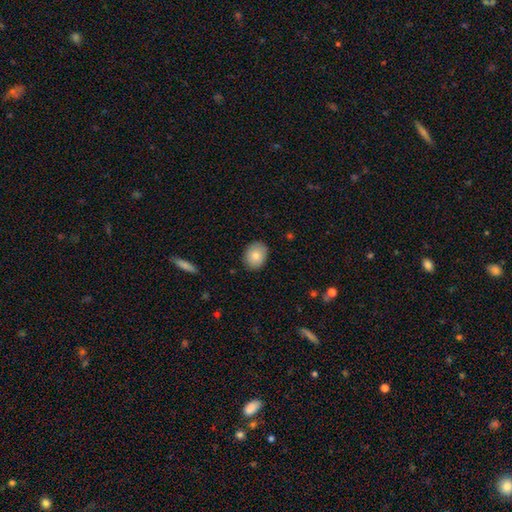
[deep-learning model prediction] smooth_or_featured: smooth (p=0.79) [alt: featured or disk p=0.13]
how_rounded: round (p=0.53) [alt: in between p=0.46]
merging: none (p=0.86) [alt: minor disturbance p=0.11]